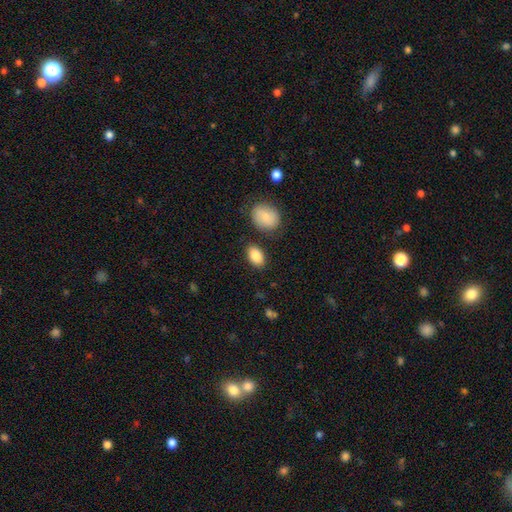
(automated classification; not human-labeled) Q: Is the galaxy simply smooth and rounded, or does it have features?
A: smooth — 87%.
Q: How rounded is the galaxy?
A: in between — 89%.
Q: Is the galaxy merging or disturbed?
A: none — 83%.